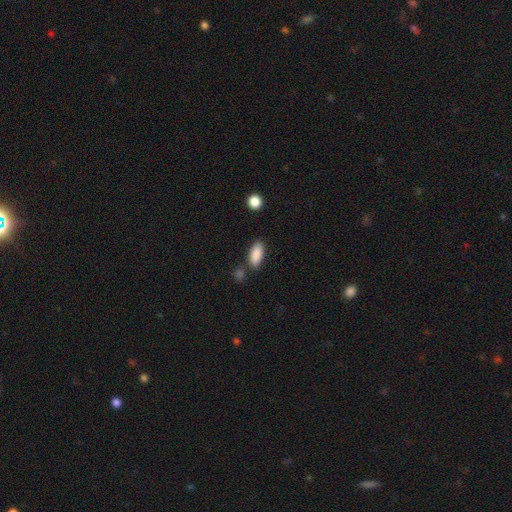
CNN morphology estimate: Q: Smooth or featured?
A: smooth (88%); runner-up: star or artifact (7%)
Q: How rounded?
A: in between (84%); runner-up: cigar-shaped (13%)
Q: Merging?
A: none (77%); runner-up: minor disturbance (13%)